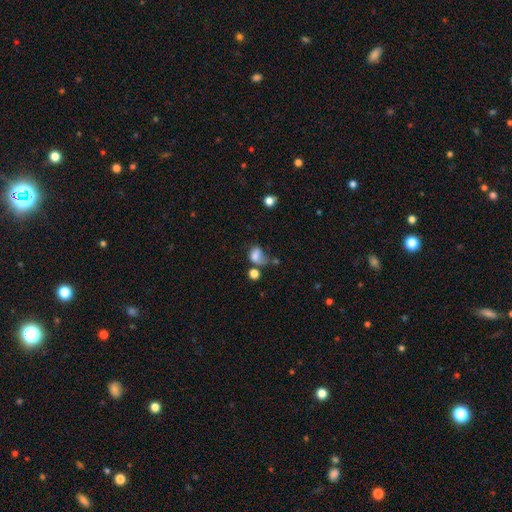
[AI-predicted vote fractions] This appears to be a smooth galaxy with no disk features (68%) that is in between round and cigar-shaped (65%). Merging: major disturbance (31%).